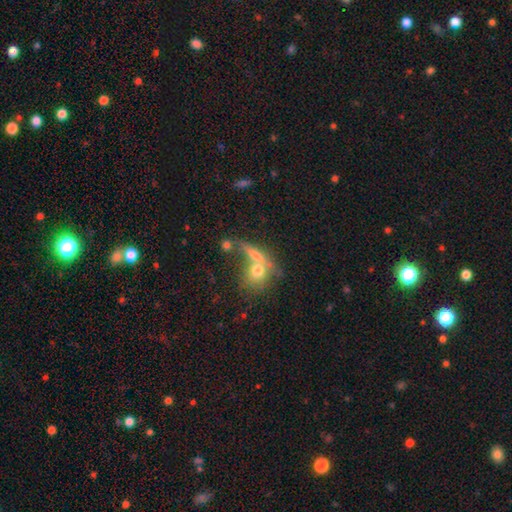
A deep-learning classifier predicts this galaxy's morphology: Smooth or featured? smooth (60%)
How rounded? round (38%)
Merging? merger (47%)